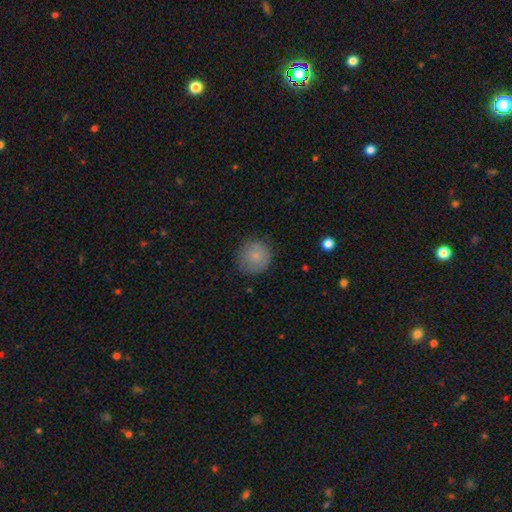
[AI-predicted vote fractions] Morphology: type=smooth (78%); roundness=round (92%); merging=none (80%).